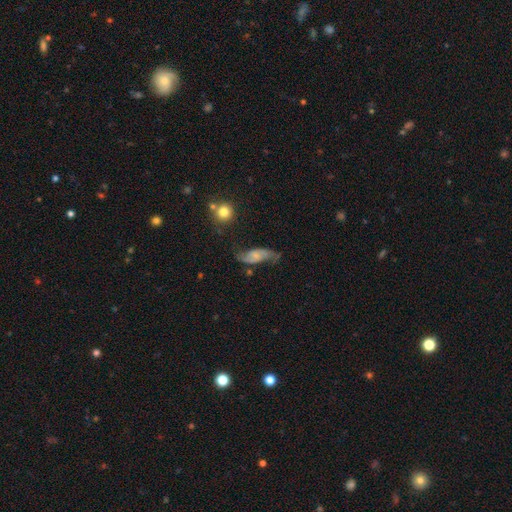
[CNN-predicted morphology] A featured or disk galaxy (69%) with no bar (52%), 2 (89%) loose (56%) spiral arms (91%) and a small central bulge (56%).

Vote fractions:
- Smooth or featured? featured or disk: 69% / smooth: 24% / star or artifact: 7%
- Edge-on disk? no: 93% / yes: 7%
- Bar? no: 52% / weak: 37% / strong: 11%
- Spiral arms? yes: 91% / no: 9%
- Spiral winding? loose: 56% / medium: 32% / tight: 12%
- Spiral arm count? 2: 89% / can't tell: 6% / 1: 3% / 3: 1% / 4: 1% / more than 4: 1%
- Bulge size? small: 56% / moderate: 20% / none: 19% / large: 3% / dominant: 1%
- Merging? none: 54% / minor disturbance: 26% / major disturbance: 15% / merger: 4%